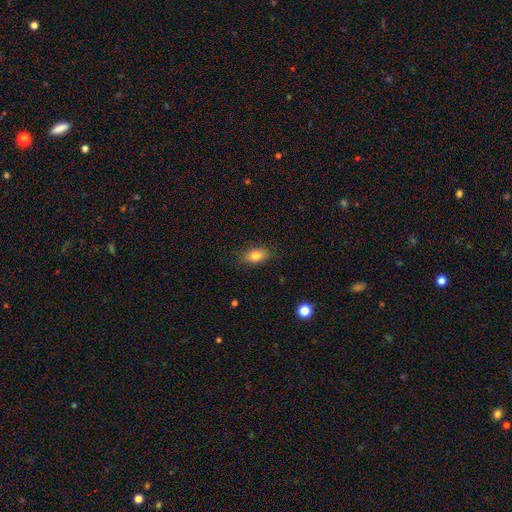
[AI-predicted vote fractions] The model was most divided on "merging": none: 84%, minor disturbance: 12%, major disturbance: 3%, merger: 1%. More confident: how rounded — in between (86%); smooth or featured — smooth (82%).